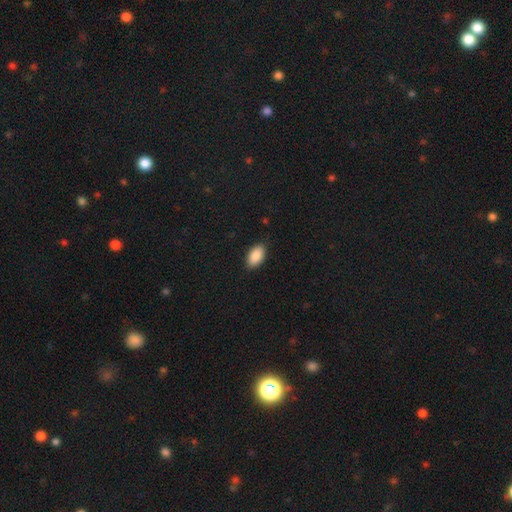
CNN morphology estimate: smooth_or_featured: smooth (p=0.90) [alt: star or artifact p=0.07]
how_rounded: in between (p=0.95) [alt: round p=0.03]
merging: none (p=0.87) [alt: minor disturbance p=0.09]